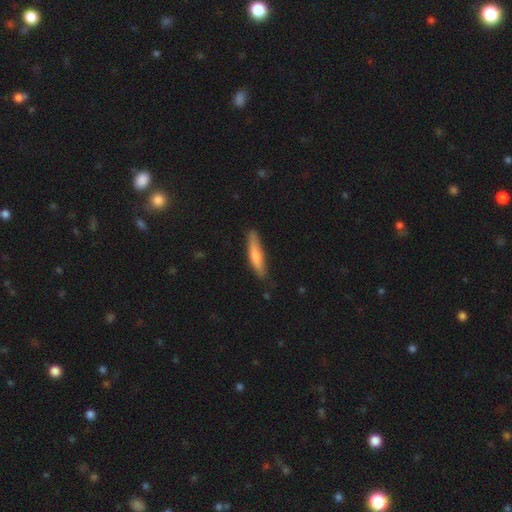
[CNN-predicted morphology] This appears to be a smooth galaxy with no disk features (69%) that is cigar-shaped (85%). Merging: none (81%).